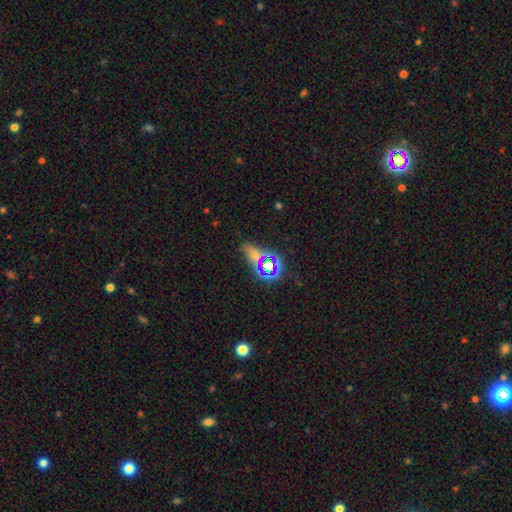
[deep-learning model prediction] Smooth or featured?
  - star or artifact: 55% *
  - smooth: 30%
  - featured or disk: 15%